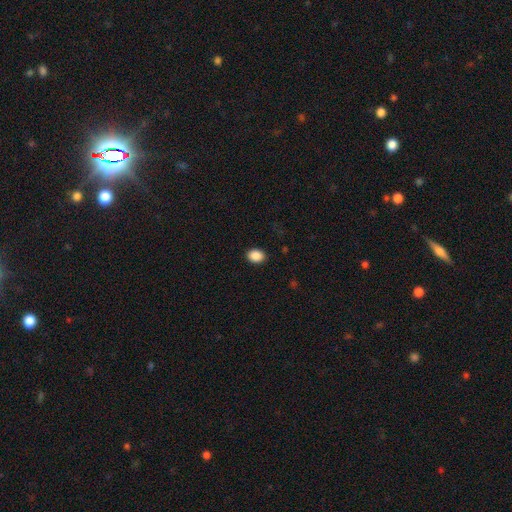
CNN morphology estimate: This is clearly a smooth galaxy (89%). How rounded: likely in between (64%). Merging: clearly none (90%).